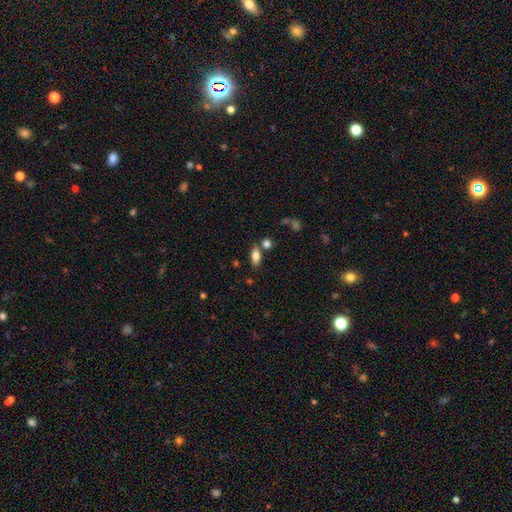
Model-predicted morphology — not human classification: Smooth or featured?
  - smooth: 75% *
  - featured or disk: 16%
  - star or artifact: 9%
How rounded?
  - in between: 83% *
  - cigar-shaped: 12%
  - round: 5%
Merging?
  - none: 71% *
  - merger: 14%
  - minor disturbance: 12%
  - major disturbance: 4%